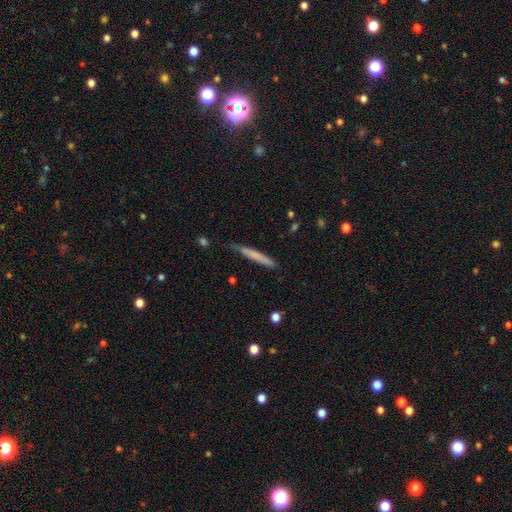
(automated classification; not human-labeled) A smooth galaxy with no disk features (67%) that is cigar-shaped (96%).

Vote fractions:
- Smooth or featured? smooth: 67% / featured or disk: 27% / star or artifact: 6%
- How rounded? cigar-shaped: 96% / in between: 3% / round: 1%
- Merging? none: 71% / minor disturbance: 23% / major disturbance: 4% / merger: 2%